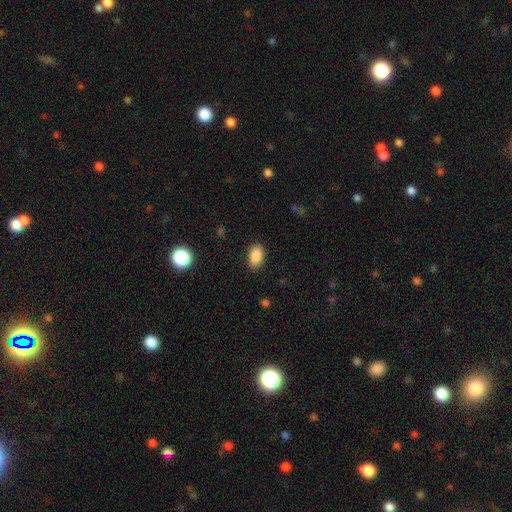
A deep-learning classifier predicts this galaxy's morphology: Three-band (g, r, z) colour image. It shows a smooth galaxy with no disk features (88%) that is in between round and cigar-shaped (91%). Merging: none (87%).